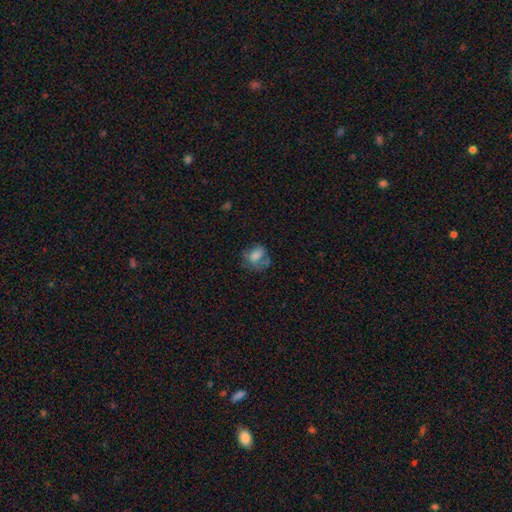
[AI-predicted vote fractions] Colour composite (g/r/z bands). It shows a smooth galaxy with no disk features (63%) that is in between round and cigar-shaped (52%). Merging: none (41%).